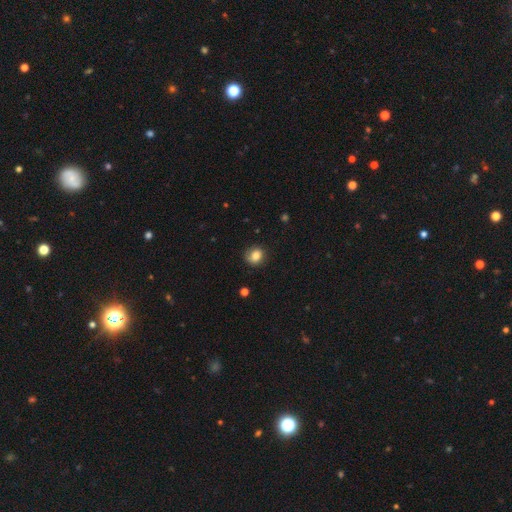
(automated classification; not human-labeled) Overall: smooth (82%). How rounded: round (73%). Merging: none (77%).